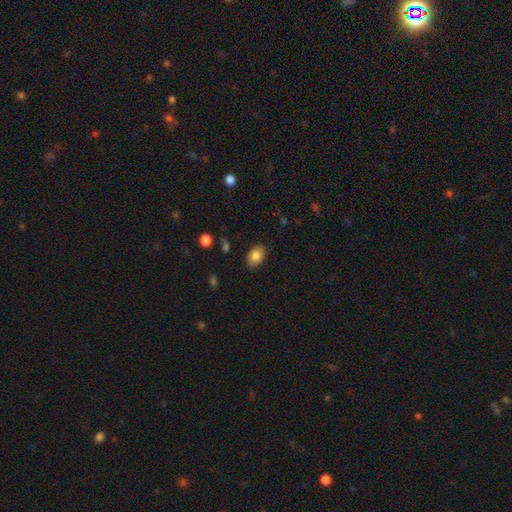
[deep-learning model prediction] Smooth or featured: smooth — 83% (featured or disk — 9%)
How rounded: in between — 85% (round — 14%)
Merging: none — 84% (minor disturbance — 12%)